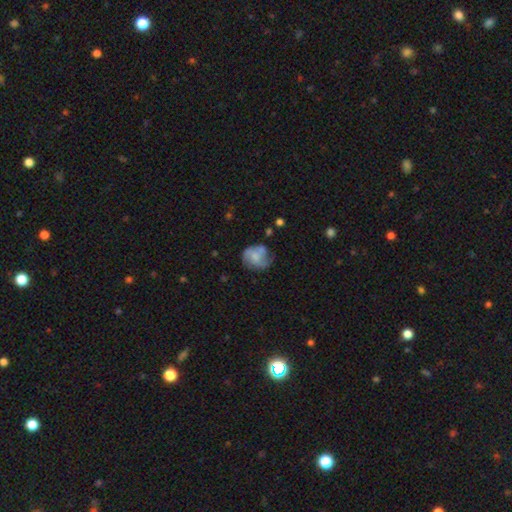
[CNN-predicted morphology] This is possibly a featured or disk galaxy (51%). It is clearly not viewed edge-on (98%). Merging: possibly none (49%).